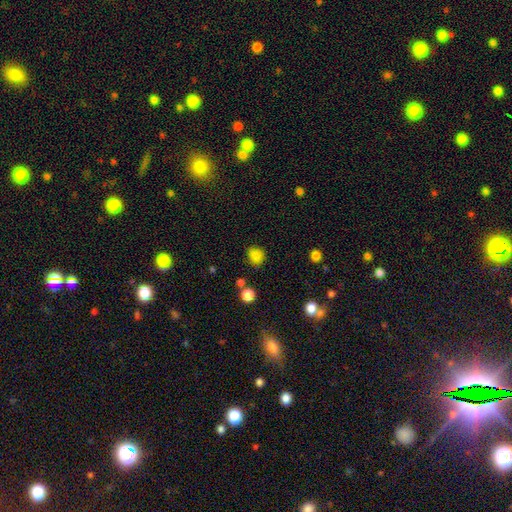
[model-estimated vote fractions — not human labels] smooth 82%, star or artifact 14%, featured or disk 4%. Down the decision tree: how rounded — round (75%); merging — none (78%).